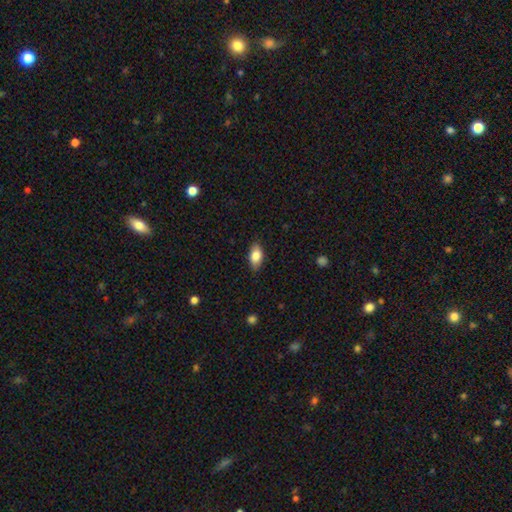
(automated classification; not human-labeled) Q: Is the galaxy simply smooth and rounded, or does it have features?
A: smooth — 83%.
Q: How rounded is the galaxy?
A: in between — 90%.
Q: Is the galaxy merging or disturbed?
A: none — 85%.